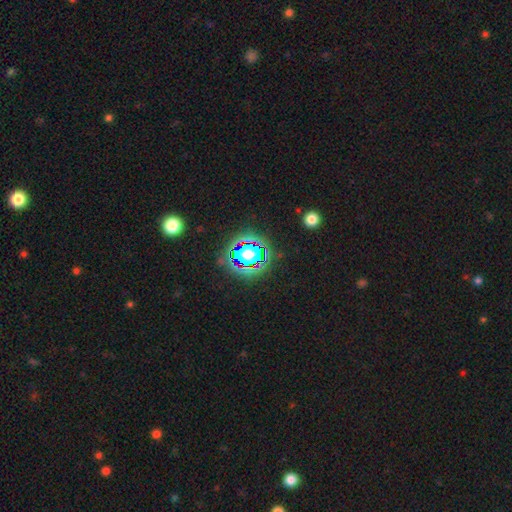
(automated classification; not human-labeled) star or artifact 77%, smooth 15%, featured or disk 9%.